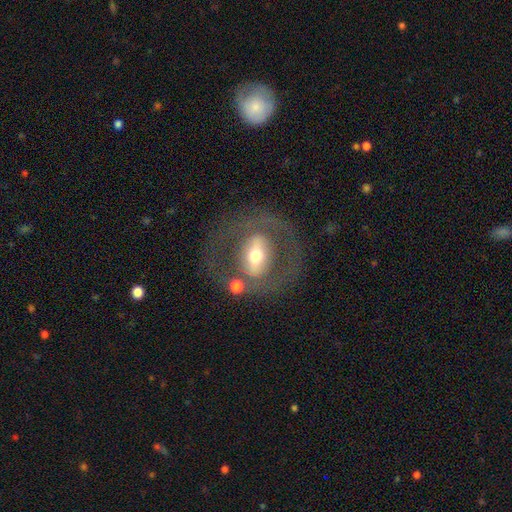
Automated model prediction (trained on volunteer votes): Smooth or featured? featured or disk (65%)
Edge-on disk? no (90%)
Bar? strong (46%)
Spiral arms? no (77%)
Bulge size? moderate (66%)
Merging? none (67%)